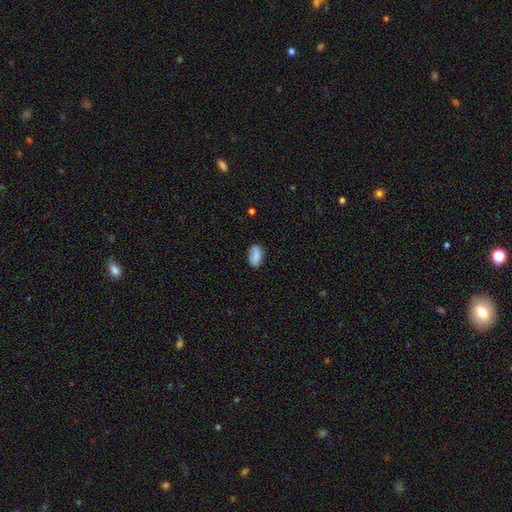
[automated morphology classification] smooth_or_featured: smooth (p=0.83) [alt: featured or disk p=0.09]
how_rounded: in between (p=0.92) [alt: round p=0.05]
merging: none (p=0.81) [alt: minor disturbance p=0.15]